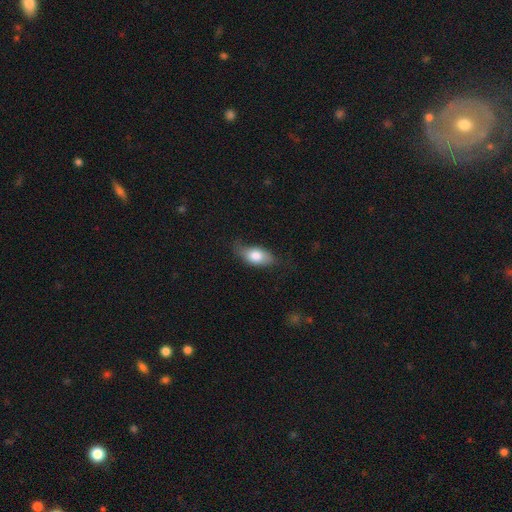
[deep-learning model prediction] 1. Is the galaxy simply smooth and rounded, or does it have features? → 77% smooth, 17% featured or disk, 7% star or artifact.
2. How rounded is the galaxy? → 89% in between, 6% cigar-shaped, 5% round.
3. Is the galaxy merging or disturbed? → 61% none, 29% minor disturbance, 9% major disturbance, 1% merger.